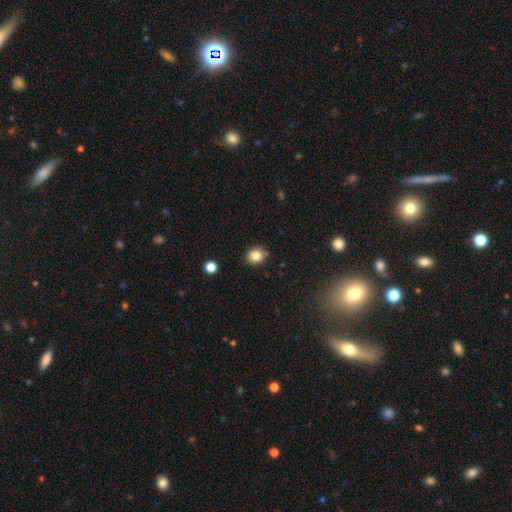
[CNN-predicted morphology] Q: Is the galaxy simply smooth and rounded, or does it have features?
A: smooth — 84%.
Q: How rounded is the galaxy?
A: round — 66%.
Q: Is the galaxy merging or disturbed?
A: none — 80%.